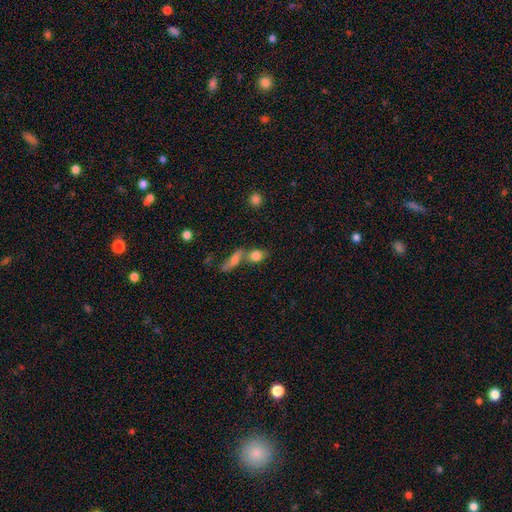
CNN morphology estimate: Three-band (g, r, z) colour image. It shows a smooth galaxy with no disk features (77%) that is in between round and cigar-shaped (52%). Merging: merger (49%).